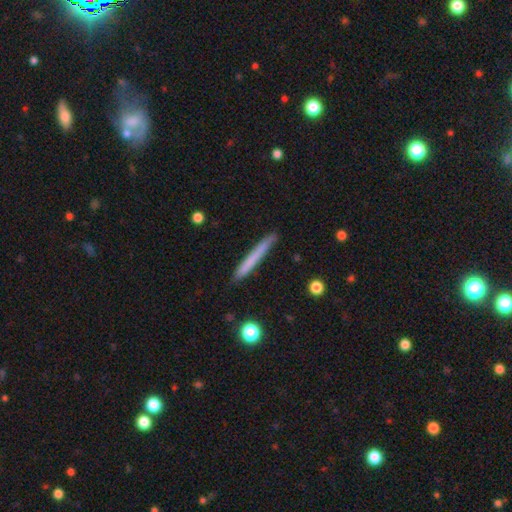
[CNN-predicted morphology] A smooth galaxy with no disk features (67%) that is cigar-shaped (97%). Merging: none (89%).